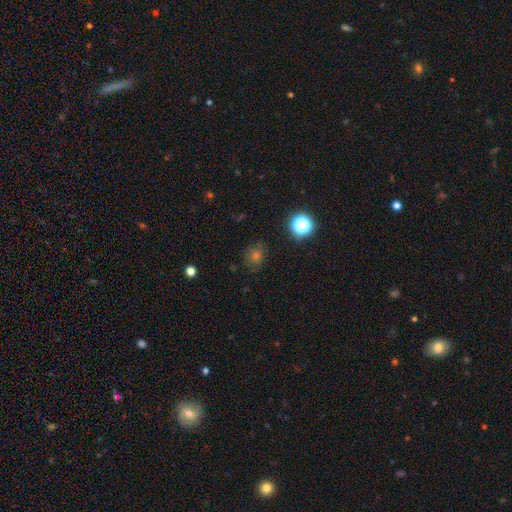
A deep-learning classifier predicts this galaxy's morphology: Smooth or featured: smooth — 61% (star or artifact — 29%)
How rounded: round — 75% (in between — 24%)
Merging: none — 82% (minor disturbance — 13%)